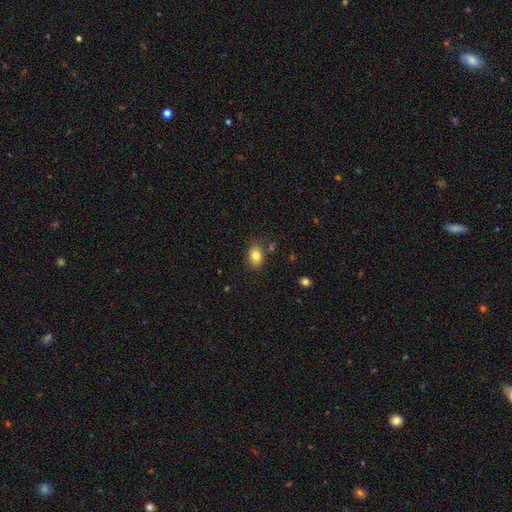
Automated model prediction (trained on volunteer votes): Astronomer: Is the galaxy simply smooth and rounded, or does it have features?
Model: smooth — 81%.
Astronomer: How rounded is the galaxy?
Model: in between — 78%.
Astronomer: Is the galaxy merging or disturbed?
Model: none — 80%.